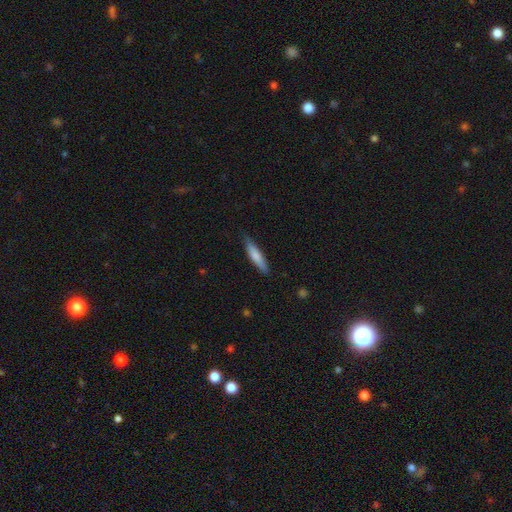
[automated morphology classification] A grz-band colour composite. It shows a smooth galaxy with no disk features (75%) that is cigar-shaped (85%). Merging: none (84%).